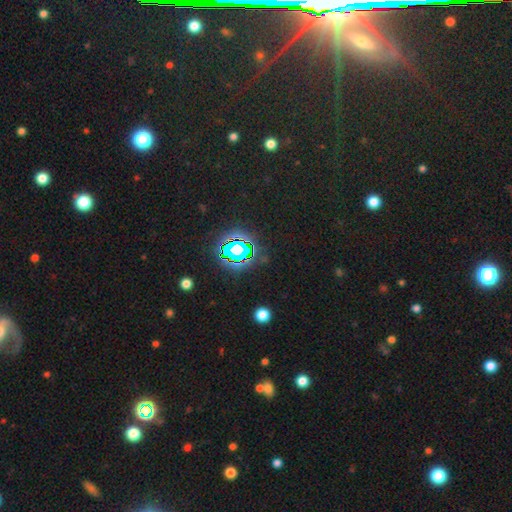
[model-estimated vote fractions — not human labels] Smooth or featured? Predicted: star or artifact (p=0.79).